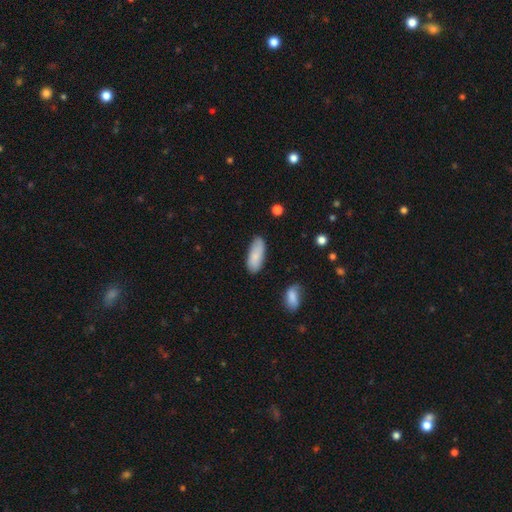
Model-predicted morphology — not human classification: This is clearly a smooth galaxy (81%). How rounded: clearly in between (81%). Merging: likely none (77%).